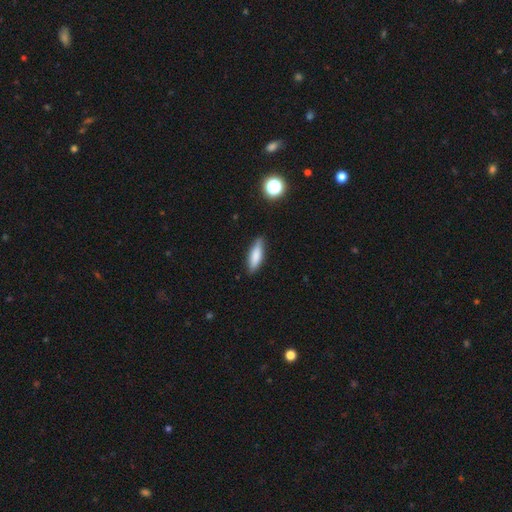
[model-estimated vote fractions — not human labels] smooth 80%, featured or disk 13%, star or artifact 7%. Down the decision tree: how rounded — cigar-shaped (55%); merging — none (84%).